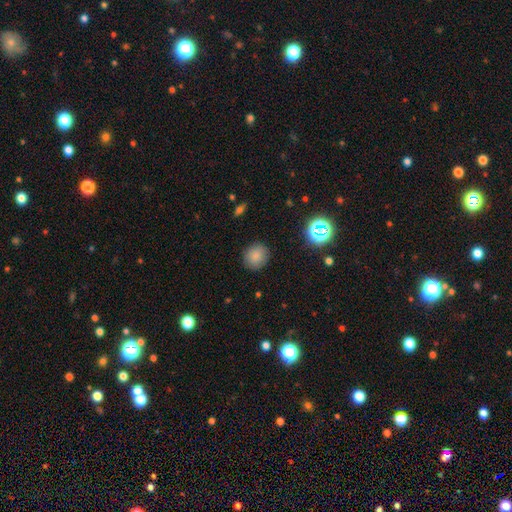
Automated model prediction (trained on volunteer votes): Q: Smooth or featured?
A: smooth (82%); runner-up: star or artifact (12%)
Q: How rounded?
A: round (83%); runner-up: in between (16%)
Q: Merging?
A: none (88%); runner-up: minor disturbance (8%)